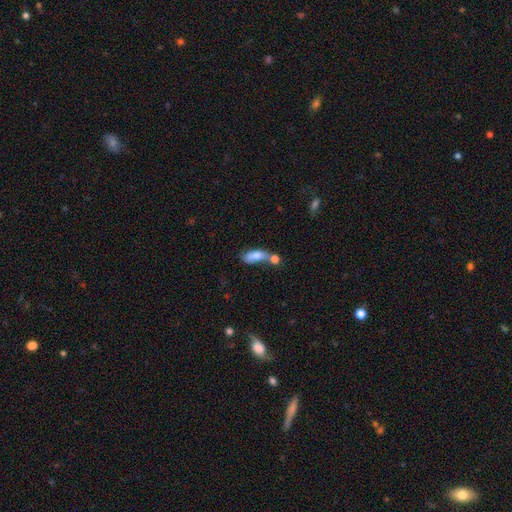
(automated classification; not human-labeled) A smooth galaxy with no disk features (73%) that is in between round and cigar-shaped (74%).

Vote fractions:
- Smooth or featured? smooth: 73% / featured or disk: 19% / star or artifact: 8%
- How rounded? in between: 74% / cigar-shaped: 21% / round: 5%
- Merging? merger: 56% / none: 23% / minor disturbance: 12% / major disturbance: 9%